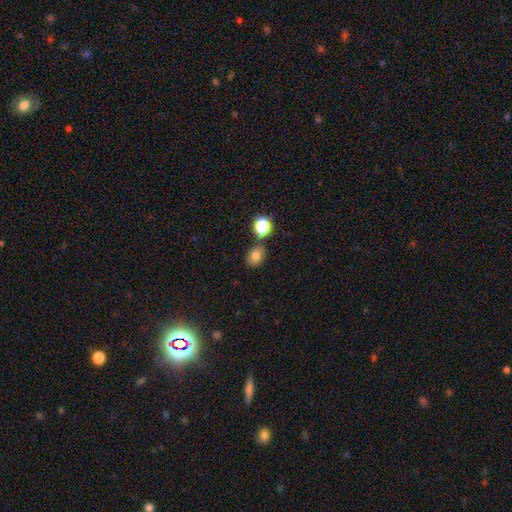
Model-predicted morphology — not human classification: Smooth or featured? smooth (76%)
How rounded? in between (51%)
Merging? none (78%)